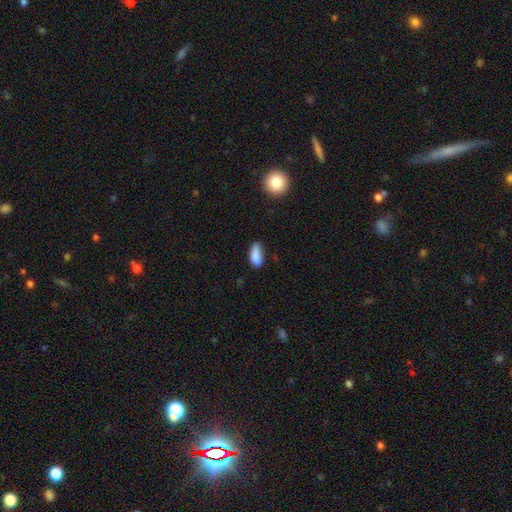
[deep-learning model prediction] Smooth or featured: smooth — 86% (star or artifact — 8%)
How rounded: in between — 80% (cigar-shaped — 17%)
Merging: none — 65% (minor disturbance — 27%)